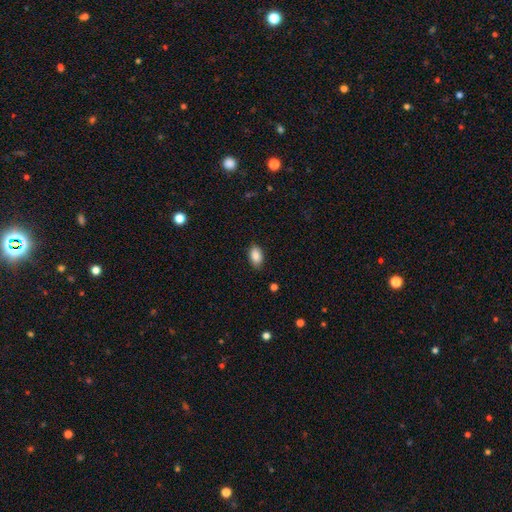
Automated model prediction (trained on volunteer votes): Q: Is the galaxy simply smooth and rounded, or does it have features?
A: smooth — 88%.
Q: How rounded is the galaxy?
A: in between — 91%.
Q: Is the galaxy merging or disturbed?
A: none — 85%.